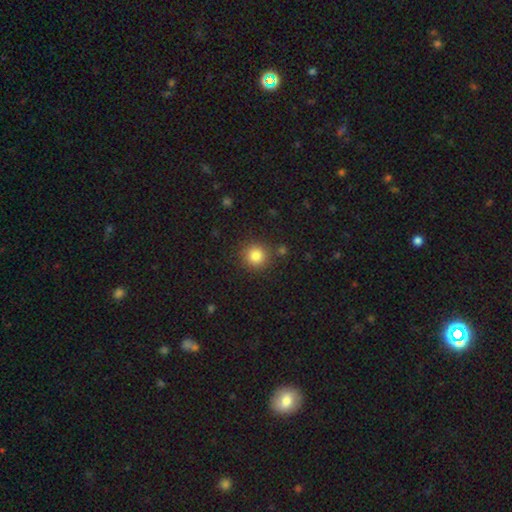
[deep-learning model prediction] Smooth or featured? smooth (83%)
How rounded? round (93%)
Merging? none (86%)